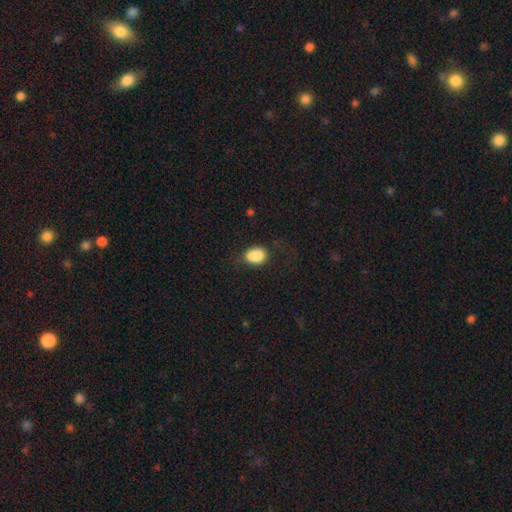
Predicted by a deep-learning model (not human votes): Smooth or featured? smooth (83%)
How rounded? in between (63%)
Merging? none (51%)